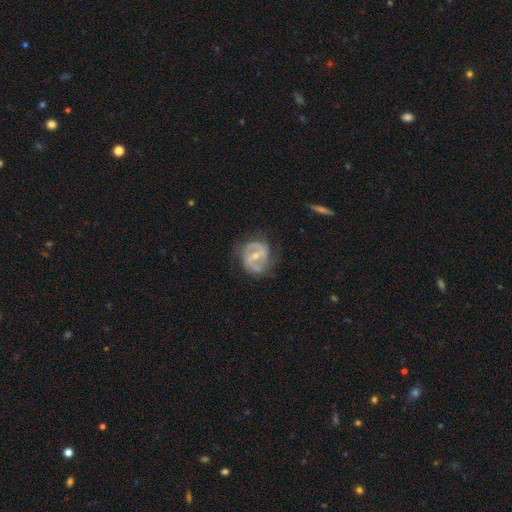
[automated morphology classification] A featured or disk galaxy (81%) with a weak bar (43%), 2 (74%) medium (46%) spiral arms (87%) and a small central bulge (48%, tied with moderate). Merging: none (66%).